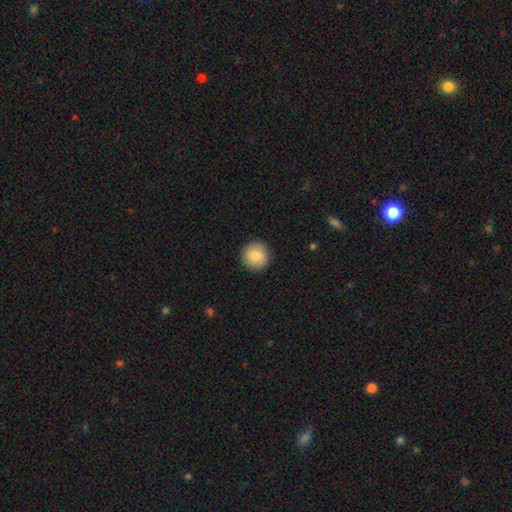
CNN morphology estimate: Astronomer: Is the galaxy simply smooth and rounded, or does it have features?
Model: smooth — 85%.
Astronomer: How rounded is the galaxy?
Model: round — 94%.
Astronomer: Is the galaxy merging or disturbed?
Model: none — 92%.